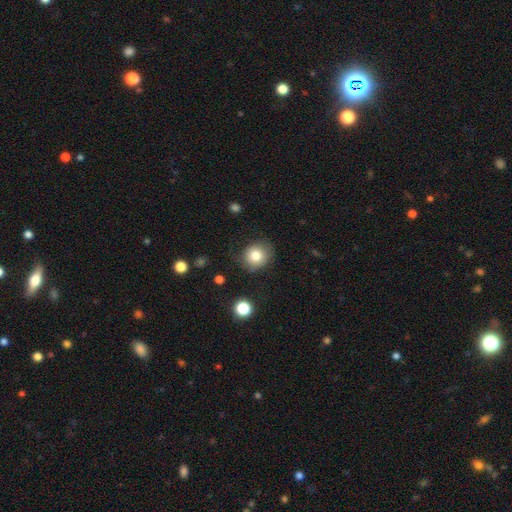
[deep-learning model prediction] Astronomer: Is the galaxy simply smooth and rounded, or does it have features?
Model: smooth — 80%.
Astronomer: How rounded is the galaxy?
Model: round — 83%.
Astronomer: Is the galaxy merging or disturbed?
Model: none — 77%.